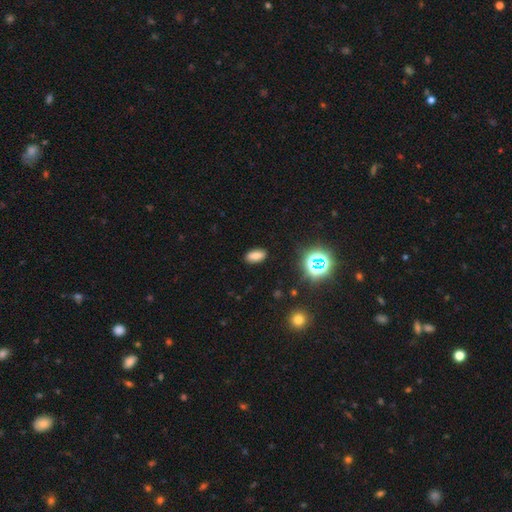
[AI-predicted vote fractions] smooth-or-featured: smooth: 72% | star or artifact: 19% | featured or disk: 9%
  how-rounded: in between: 90% | round: 5% | cigar-shaped: 5%
  merging: none: 87% | minor disturbance: 9% | major disturbance: 2% | merger: 1%